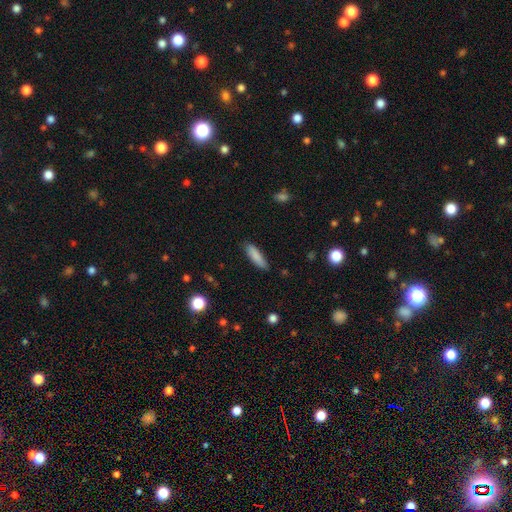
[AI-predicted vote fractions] smooth-or-featured: smooth: 86% | featured or disk: 8% | star or artifact: 7%
  how-rounded: cigar-shaped: 60% | in between: 38% | round: 2%
  merging: none: 85% | minor disturbance: 12% | major disturbance: 2% | merger: 1%